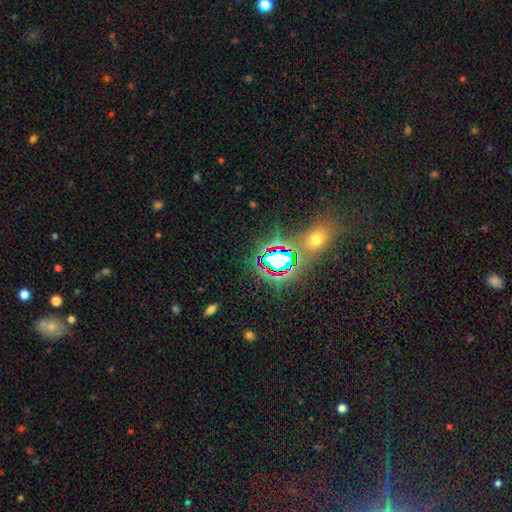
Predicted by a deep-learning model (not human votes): This is likely a star or artifact rather than a galaxy (65%).